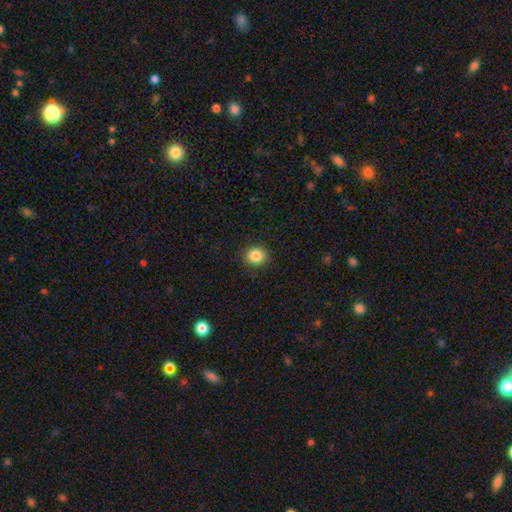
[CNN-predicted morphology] smooth 86%, star or artifact 10%, featured or disk 4%. Down the decision tree: how rounded — round (82%); merging — none (90%).